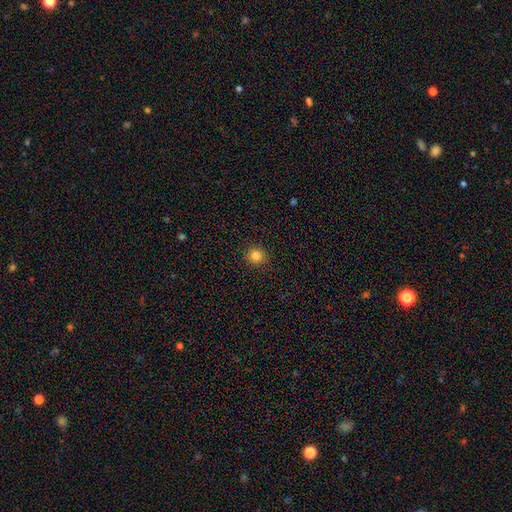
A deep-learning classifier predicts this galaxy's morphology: This is clearly a smooth galaxy (84%). How rounded: clearly round (93%). Merging: clearly none (92%).